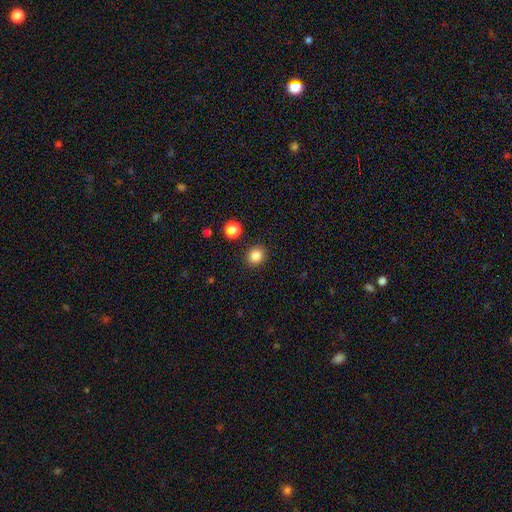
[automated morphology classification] Smooth or featured? Predicted: smooth (p=0.86). How rounded? Predicted: round (p=0.81). Merging? Predicted: none (p=0.89).